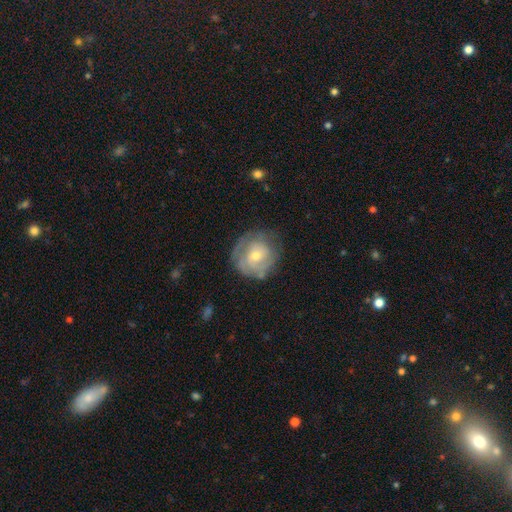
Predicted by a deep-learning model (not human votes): This appears to be a featured or disk galaxy (60%) with no bar (73%), spiral arms (74%) and a small central bulge (49%). Merging: none (66%).